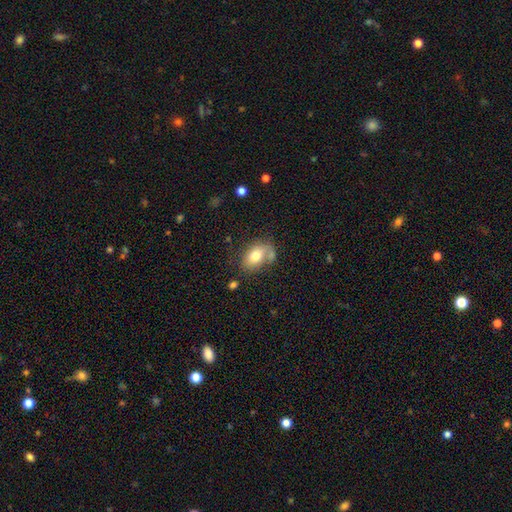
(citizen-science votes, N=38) Volunteers were most divided on "merging": none: 40%, minor disturbance: 29%, merger: 17%, major disturbance: 14%. More confident: smooth or featured — smooth (76%); how rounded — in between (76%).